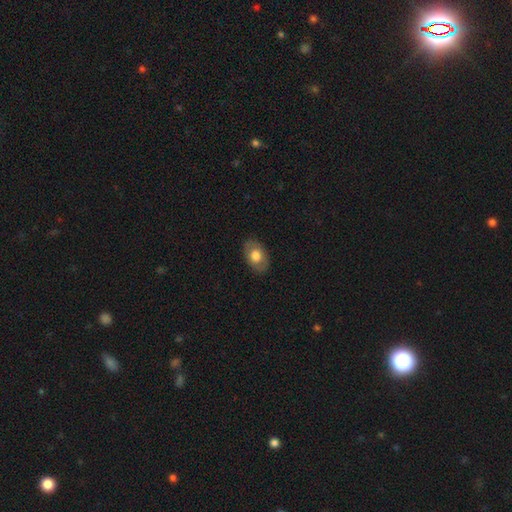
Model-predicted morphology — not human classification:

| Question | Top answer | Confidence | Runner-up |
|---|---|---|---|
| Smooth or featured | smooth | 68% | featured or disk (25%) |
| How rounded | in between | 85% | round (14%) |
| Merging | none | 85% | minor disturbance (11%) |